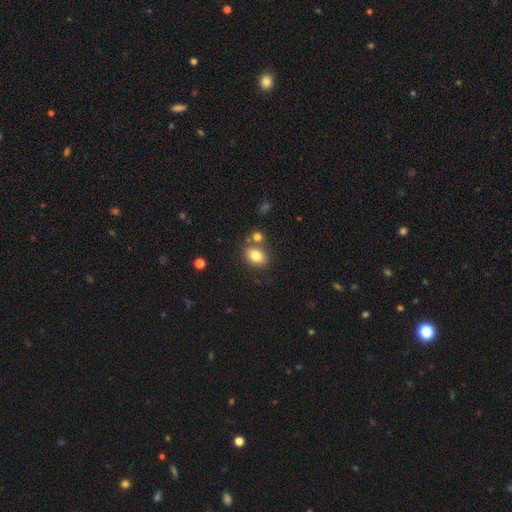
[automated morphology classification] Smooth or featured: smooth — 81% (featured or disk — 10%)
How rounded: in between — 70% (round — 29%)
Merging: none — 67% (merger — 17%)